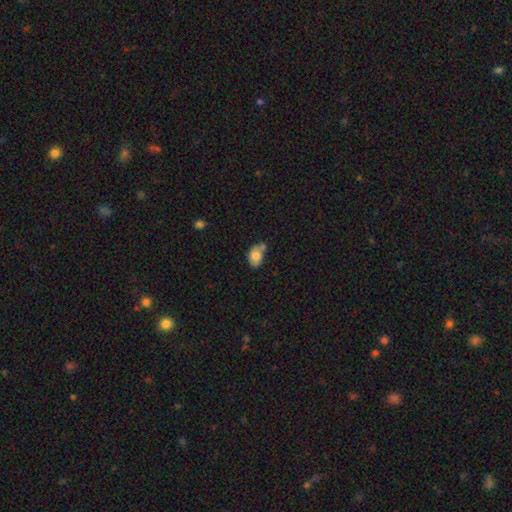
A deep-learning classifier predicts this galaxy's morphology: This is likely a smooth galaxy (75%). How rounded: clearly in between (84%). Merging: marginally none (39%).